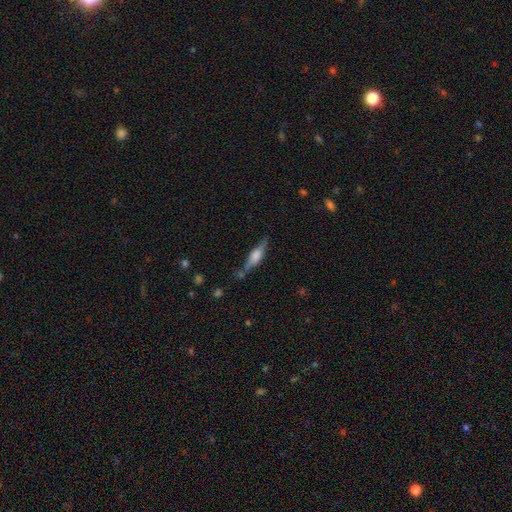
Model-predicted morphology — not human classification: Smooth or featured?
  - featured or disk: 61% *
  - smooth: 31%
  - star or artifact: 7%
Edge-on disk?
  - yes: 94% *
  - no: 6%
Edge-on bulge?
  - rounded: 69% *
  - boxy: 27%
  - none: 4%
Merging?
  - none: 71% *
  - minor disturbance: 18%
  - merger: 5%
  - major disturbance: 5%